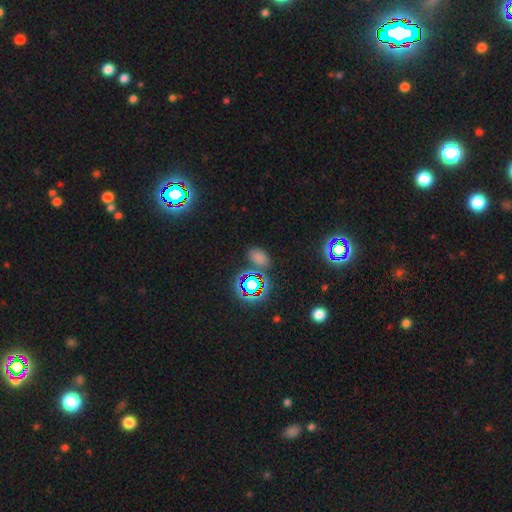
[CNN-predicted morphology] Q: Smooth or featured?
A: star or artifact (47%); runner-up: smooth (44%)